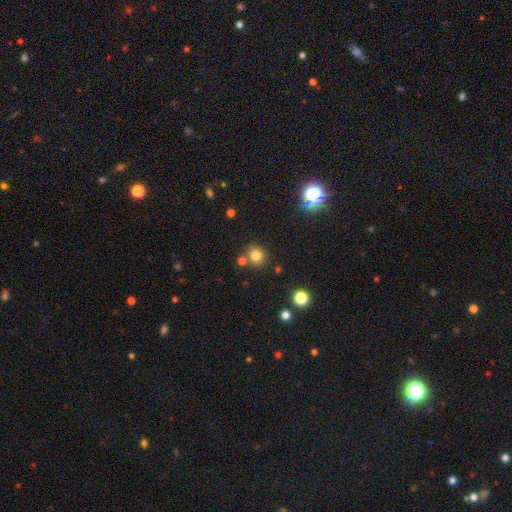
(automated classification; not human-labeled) Overall: smooth (79%). How rounded: round (88%). Merging: none (77%).